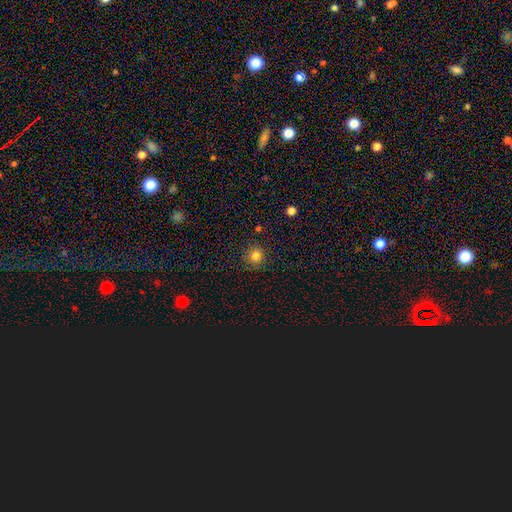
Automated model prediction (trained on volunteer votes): smooth-or-featured: smooth: 82% | star or artifact: 13% | featured or disk: 5%
  how-rounded: round: 93% | in between: 6% | cigar-shaped: 1%
  merging: none: 88% | minor disturbance: 8% | major disturbance: 2% | merger: 2%